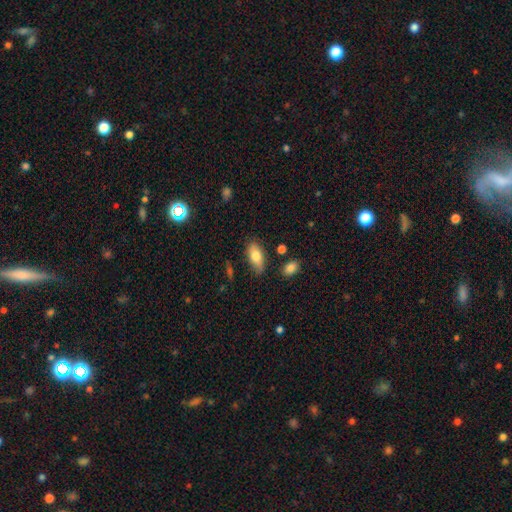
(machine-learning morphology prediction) Smooth or featured? Predicted: smooth (p=0.76). How rounded? Predicted: in between (p=0.88). Merging? Predicted: none (p=0.75).